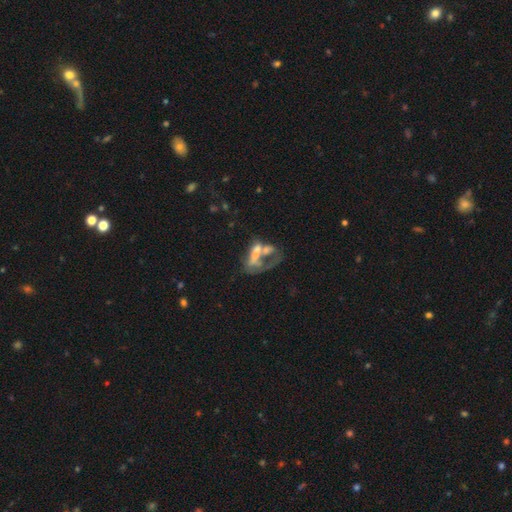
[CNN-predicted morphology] Overall: featured or disk (52%; smooth 32%). Edge-on disk: no (91%). Merging: merger (43%; major disturbance 32%).